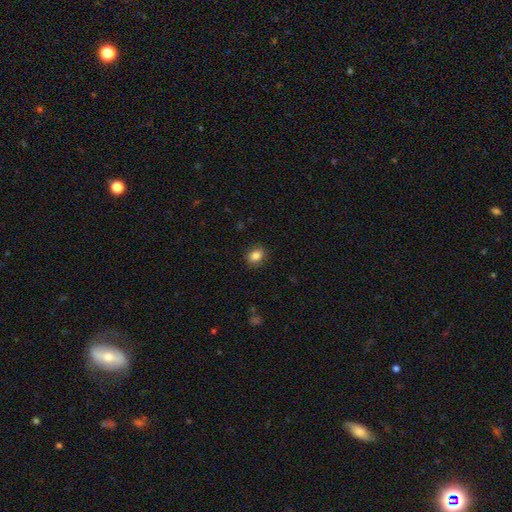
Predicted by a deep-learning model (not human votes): smooth_or_featured: smooth (p=0.85) [alt: star or artifact p=0.09]
how_rounded: in between (p=0.57) [alt: round p=0.42]
merging: none (p=0.88) [alt: minor disturbance p=0.09]